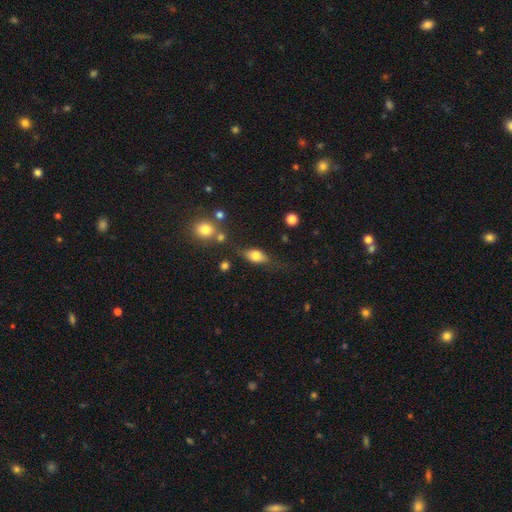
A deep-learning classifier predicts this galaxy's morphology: The model was most divided on "merging": none: 65%, minor disturbance: 22%, major disturbance: 8%, merger: 5%. More confident: how rounded — in between (81%); smooth or featured — smooth (73%).